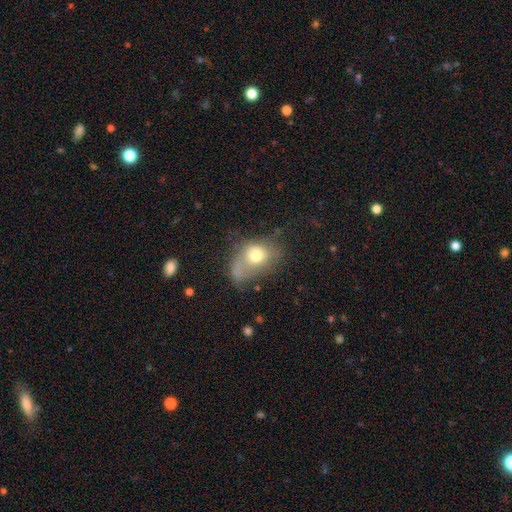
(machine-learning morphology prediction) type=smooth (66%); roundness=in between (64%); merging=major disturbance (37%).